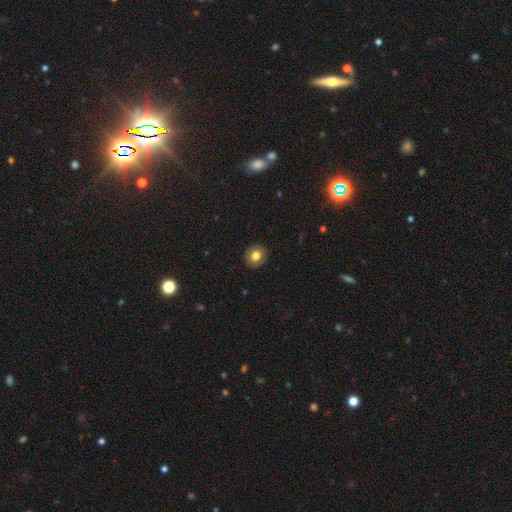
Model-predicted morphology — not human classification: Smooth or featured: smooth — 76% (featured or disk — 16%)
How rounded: round — 78% (in between — 21%)
Merging: none — 90% (minor disturbance — 7%)